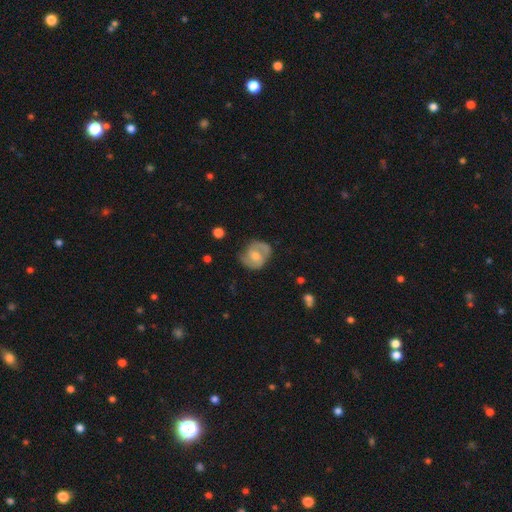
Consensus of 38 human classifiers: Q: Smooth or featured?
A: featured or disk (74%); runner-up: smooth (21%)
Q: Edge-on disk?
A: no (96%); runner-up: yes (4%)
Q: Bar?
A: weak (44%); runner-up: no (41%)
Q: Spiral arms?
A: yes (89%); runner-up: no (11%)
Q: Spiral winding?
A: medium (67%); runner-up: tight (21%)
Q: Spiral arm count?
A: 2 (96%); runner-up: more than 4 (4%)
Q: Bulge size?
A: moderate (63%); runner-up: small (30%)
Q: Merging?
A: none (67%); runner-up: minor disturbance (22%)